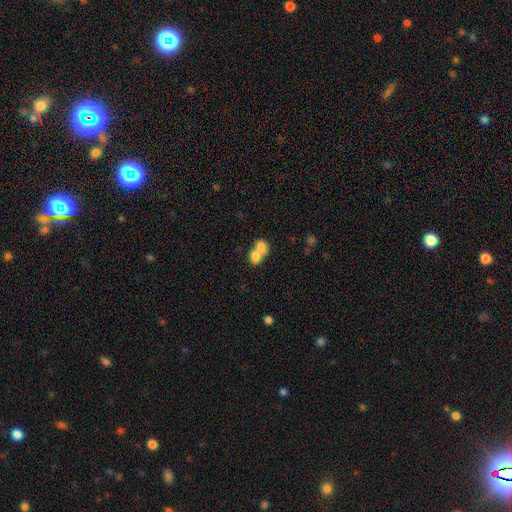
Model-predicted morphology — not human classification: A smooth galaxy with no disk features (73%) that is round (52%). Merging: merger (75%).